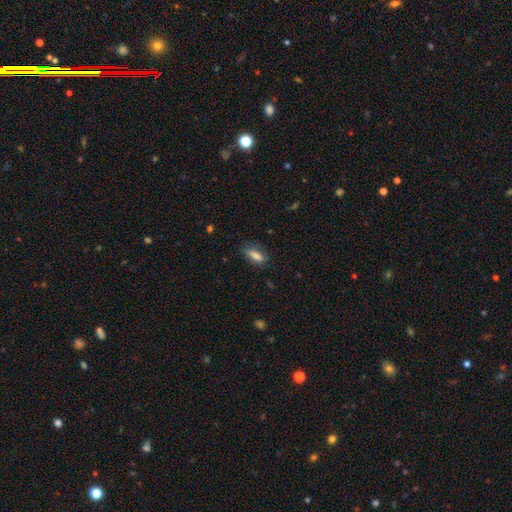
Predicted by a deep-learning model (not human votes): smooth_or_featured: smooth (p=0.79) [alt: featured or disk p=0.12]
how_rounded: in between (p=0.62) [alt: cigar-shaped p=0.35]
merging: none (p=0.73) [alt: minor disturbance p=0.19]